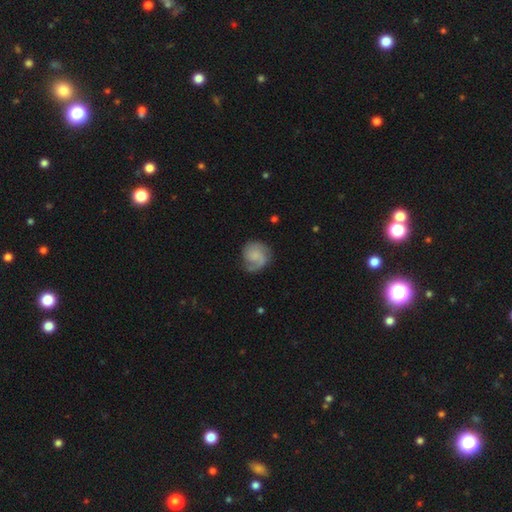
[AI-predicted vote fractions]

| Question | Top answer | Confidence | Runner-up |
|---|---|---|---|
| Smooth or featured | featured or disk | 58% | smooth (35%) |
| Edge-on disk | no | 98% | yes (2%) |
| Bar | no | 68% | weak (28%) |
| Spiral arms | yes | 92% | no (8%) |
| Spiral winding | medium | 41% | tight (36%) |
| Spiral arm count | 2 | 50% | 1 (31%) |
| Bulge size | none | 44% | small (33%) |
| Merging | none | 67% | minor disturbance (20%) |